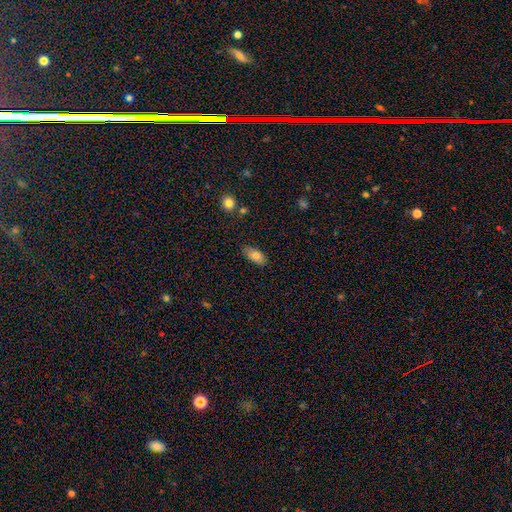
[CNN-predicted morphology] Smooth or featured: smooth — 81% (featured or disk — 11%)
How rounded: in between — 88% (cigar-shaped — 8%)
Merging: none — 82% (minor disturbance — 14%)